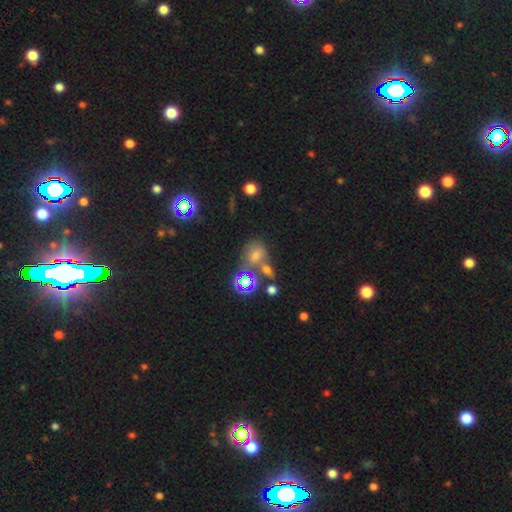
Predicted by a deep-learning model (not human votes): Smooth or featured: smooth — 54% (star or artifact — 31%)
How rounded: round — 52% (in between — 46%)
Merging: none — 44% (merger — 35%)